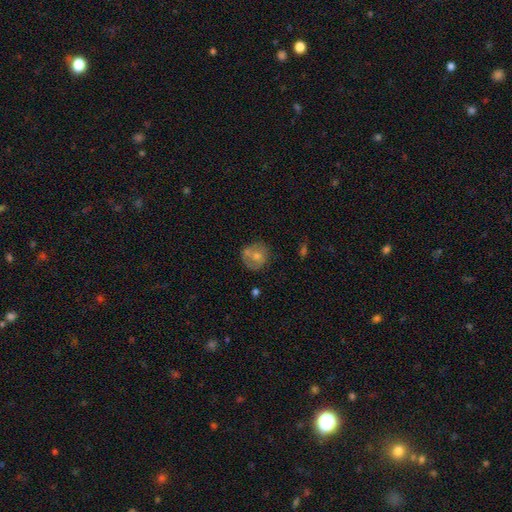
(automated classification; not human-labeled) Overall: smooth (57%; featured or disk 35%). How rounded: round (84%). Merging: none (58%; minor disturbance 22%).